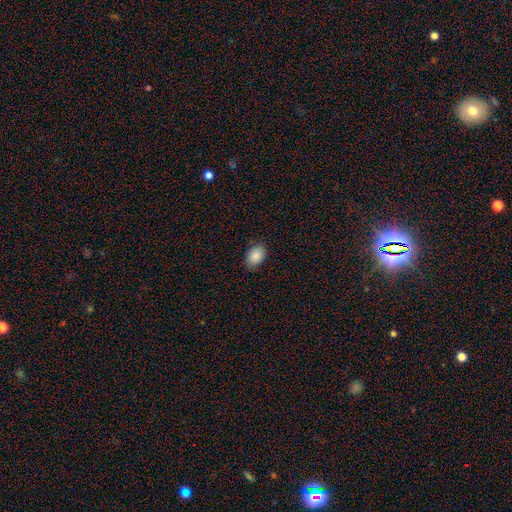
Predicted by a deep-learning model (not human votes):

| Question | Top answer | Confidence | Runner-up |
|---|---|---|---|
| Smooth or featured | smooth | 88% | star or artifact (7%) |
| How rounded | in between | 86% | round (13%) |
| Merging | none | 81% | minor disturbance (16%) |